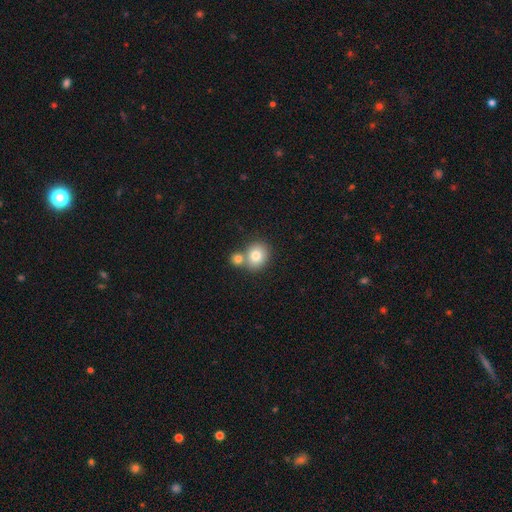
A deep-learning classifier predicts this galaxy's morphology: Smooth or featured? smooth (80%)
How rounded? round (76%)
Merging? none (49%)